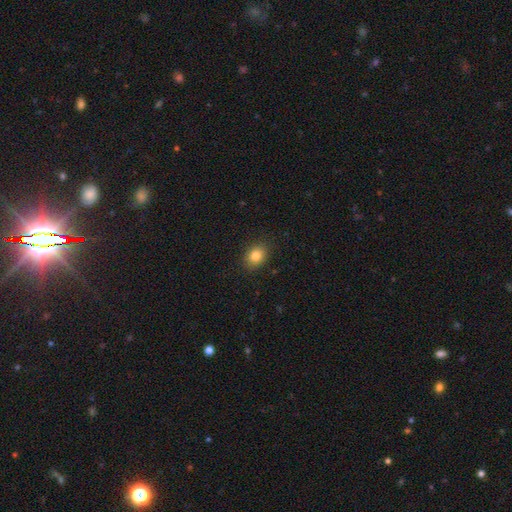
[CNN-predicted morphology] The model was most divided on "how rounded": in between: 59%, round: 40%, cigar-shaped: 1%. More confident: merging — none (89%); smooth or featured — smooth (83%).